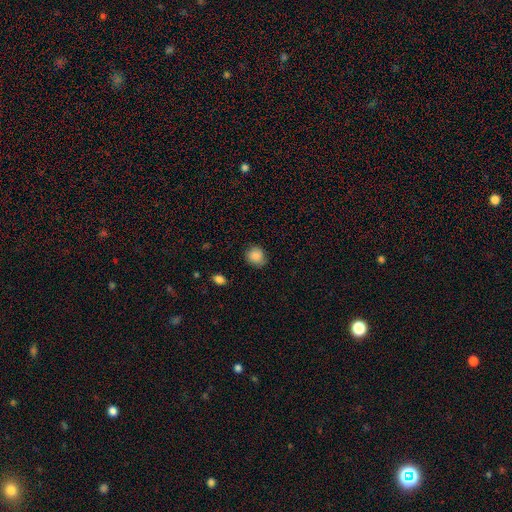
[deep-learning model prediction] smooth-or-featured: smooth: 86% | star or artifact: 9% | featured or disk: 5%
  how-rounded: round: 81% | in between: 19% | cigar-shaped: 1%
  merging: none: 76% | minor disturbance: 18% | major disturbance: 4% | merger: 1%